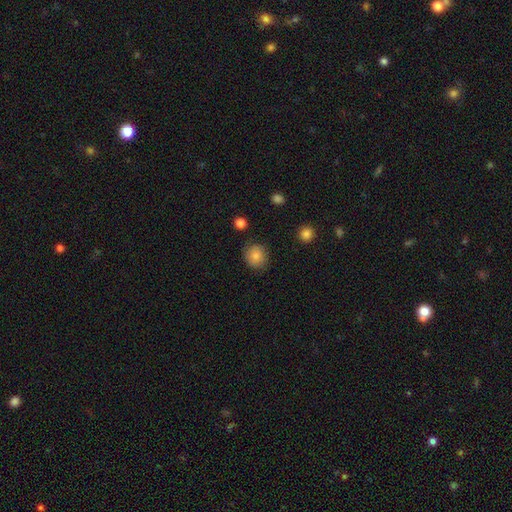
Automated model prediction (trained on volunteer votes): A smooth galaxy with no disk features (84%) that is round (84%). Merging: none (85%).